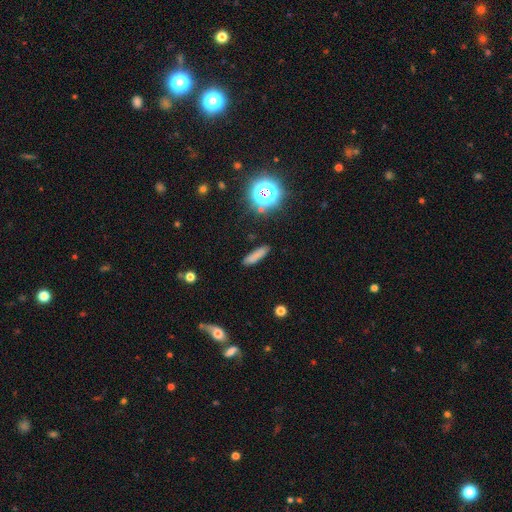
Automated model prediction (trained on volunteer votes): Q: Smooth or featured?
A: smooth (75%); runner-up: star or artifact (14%)
Q: How rounded?
A: cigar-shaped (75%); runner-up: in between (22%)
Q: Merging?
A: none (86%); runner-up: minor disturbance (10%)